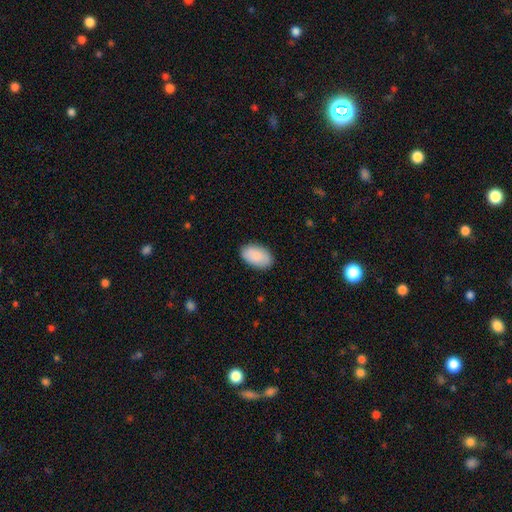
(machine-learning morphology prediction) Smooth or featured? smooth (89%)
How rounded? in between (94%)
Merging? none (87%)